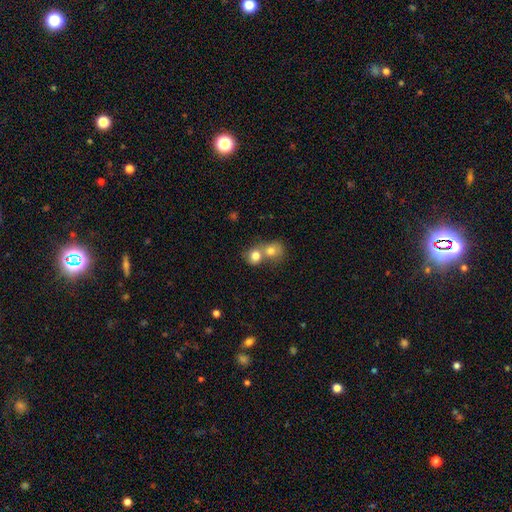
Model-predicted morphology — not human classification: The model was most divided on "merging": merger: 65%, none: 27%, minor disturbance: 5%, major disturbance: 3%. More confident: smooth or featured — smooth (79%); how rounded — round (73%).